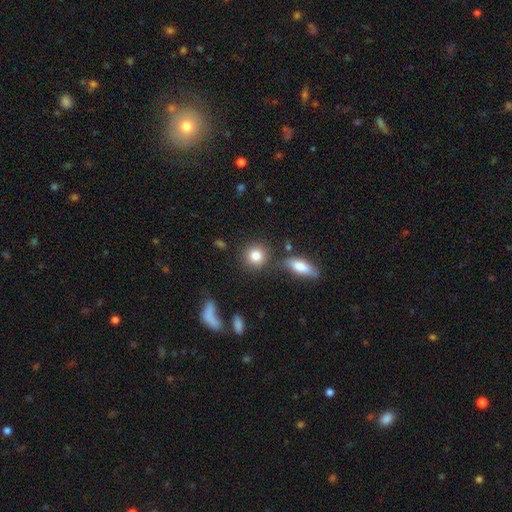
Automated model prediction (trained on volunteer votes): Overall: smooth (83%). How rounded: round (84%). Merging: none (76%).